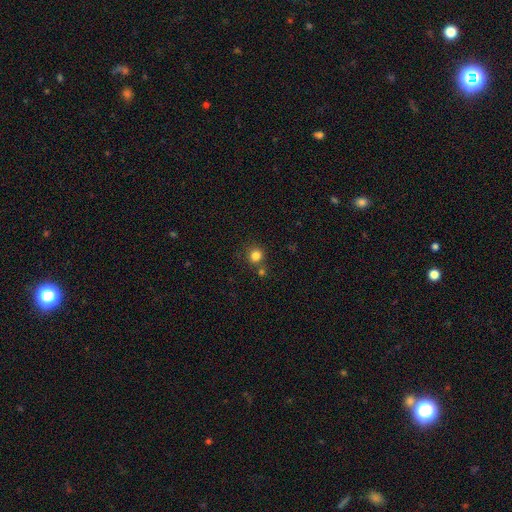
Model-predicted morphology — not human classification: smooth_or_featured: smooth (p=0.82) [alt: star or artifact p=0.13]
how_rounded: round (p=0.89) [alt: in between p=0.10]
merging: none (p=0.74) [alt: merger p=0.13]